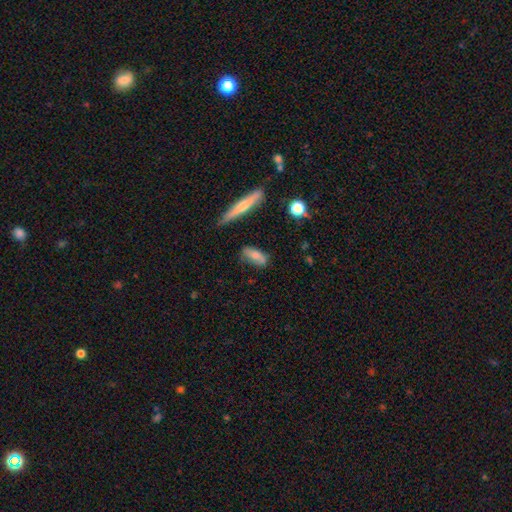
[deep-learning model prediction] smooth-or-featured: smooth: 67% | featured or disk: 25% | star or artifact: 8%
  how-rounded: in between: 66% | cigar-shaped: 30% | round: 4%
  merging: none: 71% | minor disturbance: 21% | major disturbance: 5% | merger: 3%